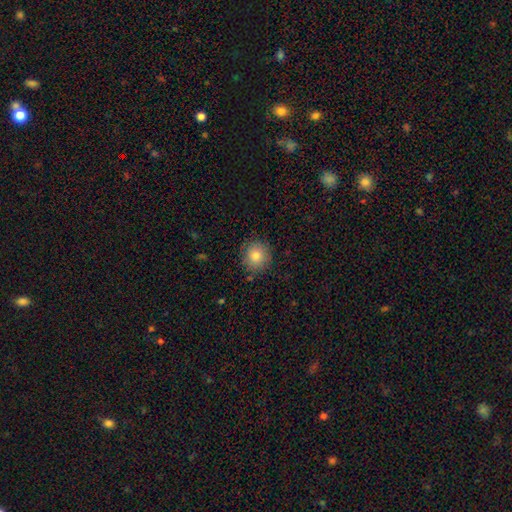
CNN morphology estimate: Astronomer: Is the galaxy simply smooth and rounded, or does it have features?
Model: smooth — 84%.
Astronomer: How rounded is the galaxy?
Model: round — 87%.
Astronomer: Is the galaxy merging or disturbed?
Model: none — 84%.